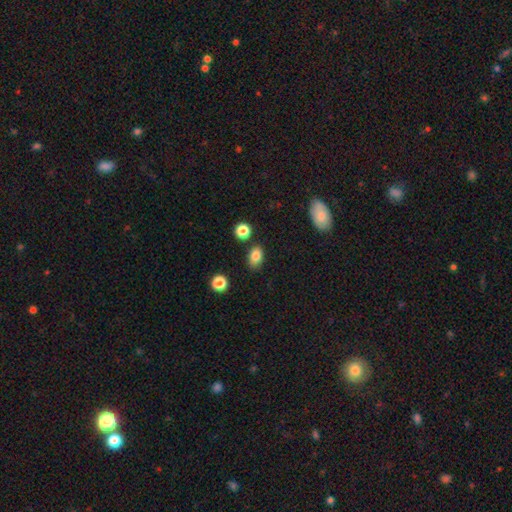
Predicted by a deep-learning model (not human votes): A smooth galaxy with no disk features (84%) that is in between round and cigar-shaped (81%).

Vote fractions:
- Smooth or featured? smooth: 84% / star or artifact: 10% / featured or disk: 6%
- How rounded? in between: 81% / round: 17% / cigar-shaped: 2%
- Merging? none: 80% / minor disturbance: 13% / merger: 5% / major disturbance: 3%